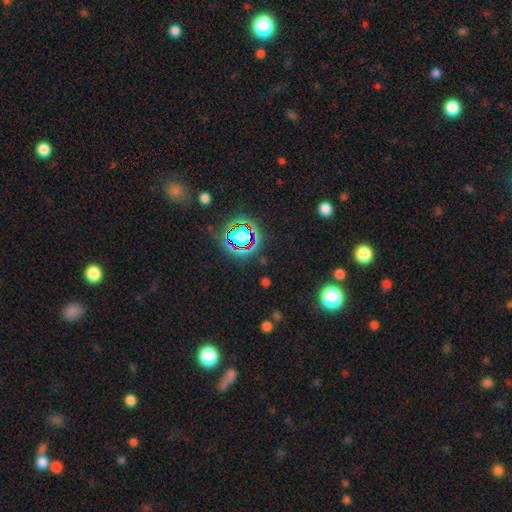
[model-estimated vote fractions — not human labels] A star or artifact, not a galaxy (77%).